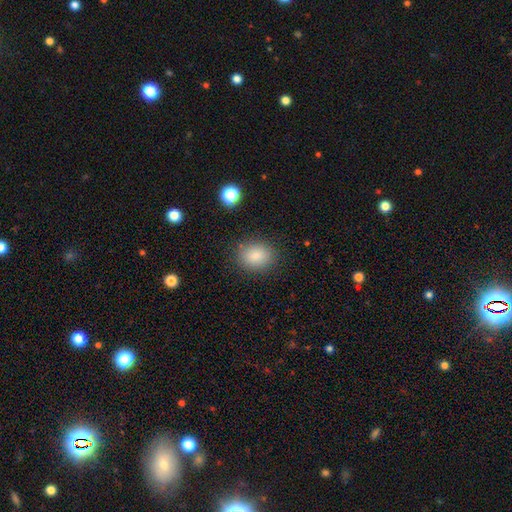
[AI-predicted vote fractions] Q: Smooth or featured?
A: smooth (85%); runner-up: star or artifact (9%)
Q: How rounded?
A: round (51%); runner-up: in between (48%)
Q: Merging?
A: none (84%); runner-up: minor disturbance (11%)